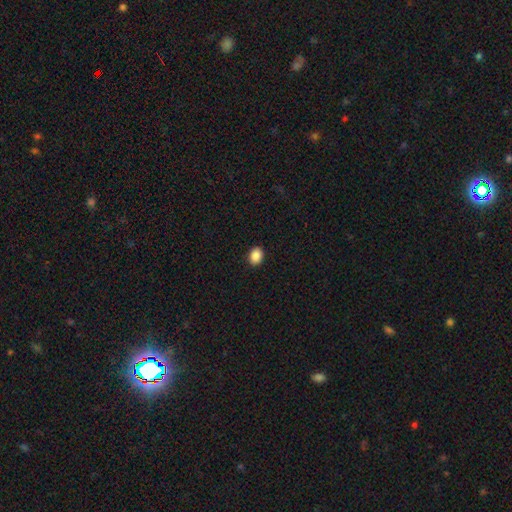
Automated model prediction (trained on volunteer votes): Smooth or featured: smooth — 89% (star or artifact — 8%)
How rounded: in between — 68% (round — 31%)
Merging: none — 91% (minor disturbance — 6%)